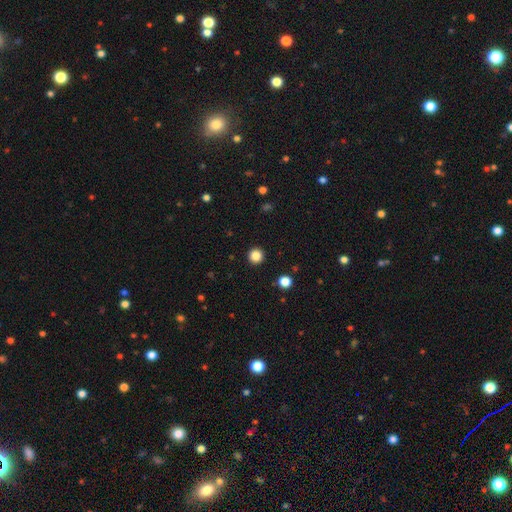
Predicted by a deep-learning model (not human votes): smooth-or-featured: smooth: 85% | star or artifact: 11% | featured or disk: 3%
  how-rounded: round: 96% | in between: 3% | cigar-shaped: 1%
  merging: none: 94% | minor disturbance: 4% | major disturbance: 2% | merger: 1%